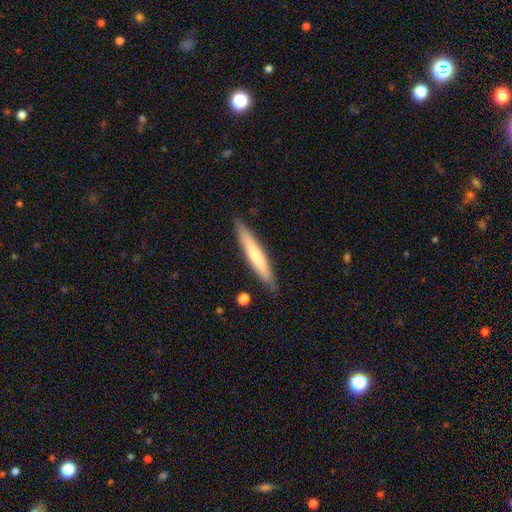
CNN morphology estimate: Smooth or featured: smooth — 59% (featured or disk — 35%)
How rounded: cigar-shaped — 94% (in between — 5%)
Merging: none — 87% (minor disturbance — 10%)